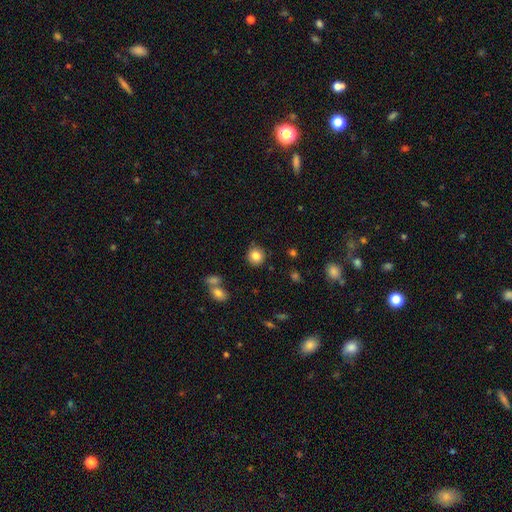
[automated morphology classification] Q: Smooth or featured?
A: smooth (83%); runner-up: star or artifact (10%)
Q: How rounded?
A: round (88%); runner-up: in between (11%)
Q: Merging?
A: none (84%); runner-up: minor disturbance (11%)